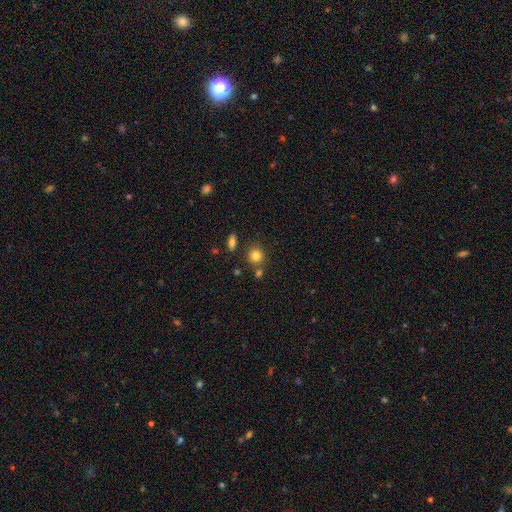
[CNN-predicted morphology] Overall: smooth (82%). How rounded: round (84%). Merging: none (73%).